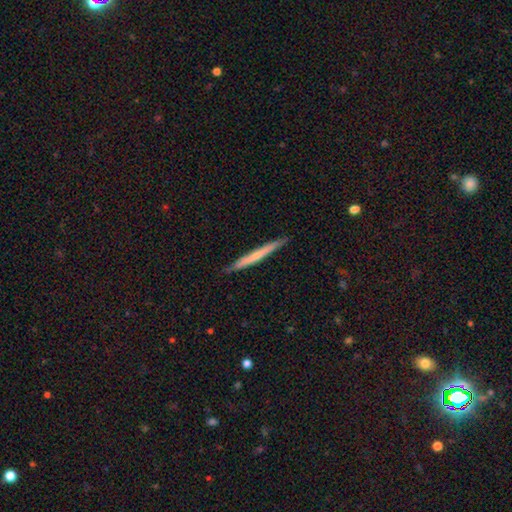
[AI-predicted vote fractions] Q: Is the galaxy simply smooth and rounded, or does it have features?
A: smooth — 54%.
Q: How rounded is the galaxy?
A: cigar-shaped — 97%.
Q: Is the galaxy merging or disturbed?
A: none — 89%.